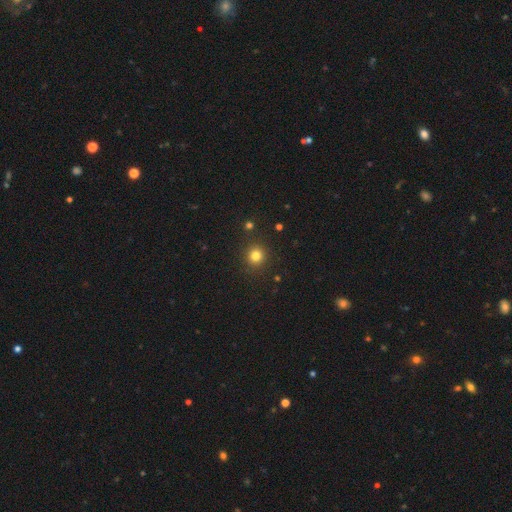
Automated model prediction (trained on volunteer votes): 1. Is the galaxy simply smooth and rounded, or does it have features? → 80% smooth, 15% star or artifact, 5% featured or disk.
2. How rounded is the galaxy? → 92% round, 7% in between, 1% cigar-shaped.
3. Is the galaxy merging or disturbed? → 90% none, 6% minor disturbance, 2% major disturbance, 2% merger.